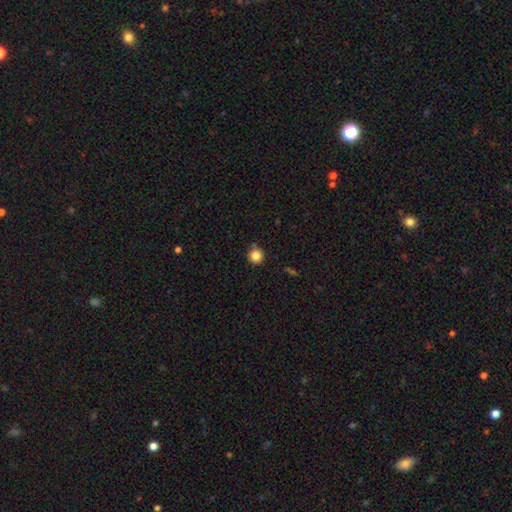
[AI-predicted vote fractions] smooth 84%, star or artifact 11%, featured or disk 5%. Down the decision tree: how rounded — round (94%); merging — none (80%).